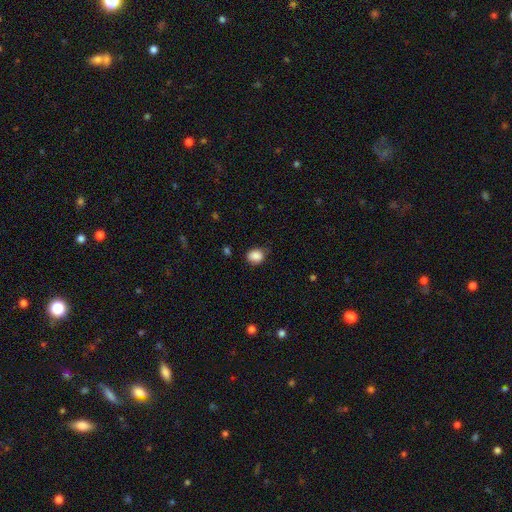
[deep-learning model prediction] A smooth galaxy with no disk features (87%) that is round (52%).

Vote fractions:
- Smooth or featured? smooth: 87% / star or artifact: 9% / featured or disk: 4%
- How rounded? round: 52% / in between: 47% / cigar-shaped: 1%
- Merging? none: 72% / minor disturbance: 23% / major disturbance: 4% / merger: 1%